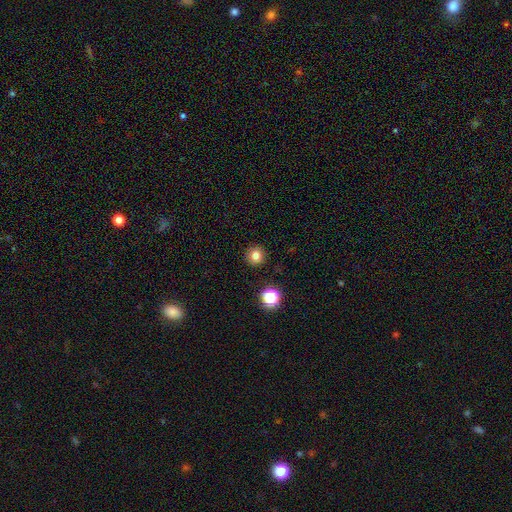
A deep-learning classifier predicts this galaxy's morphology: Q: Smooth or featured?
A: smooth (80%); runner-up: star or artifact (14%)
Q: How rounded?
A: round (94%); runner-up: in between (5%)
Q: Merging?
A: none (92%); runner-up: minor disturbance (5%)